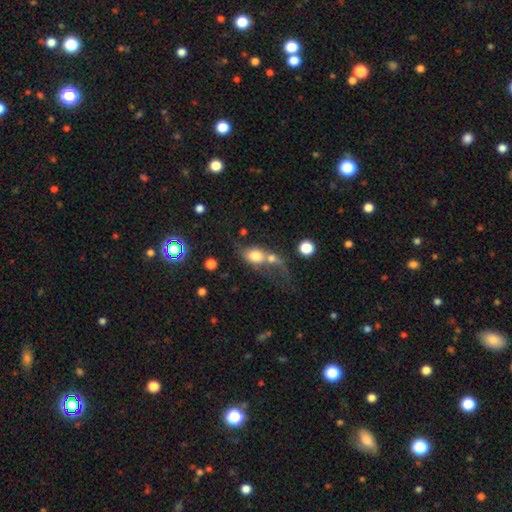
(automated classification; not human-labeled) Morphology: type=smooth (69%); roundness=in between (51%); merging=merger (59%).